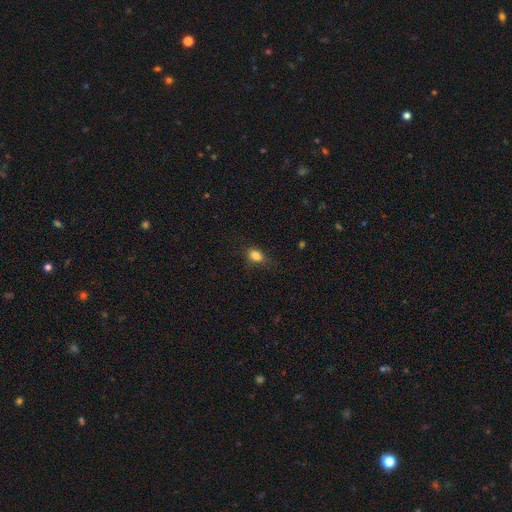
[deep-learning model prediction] Overall: smooth (84%). How rounded: in between (74%). Merging: none (69%).